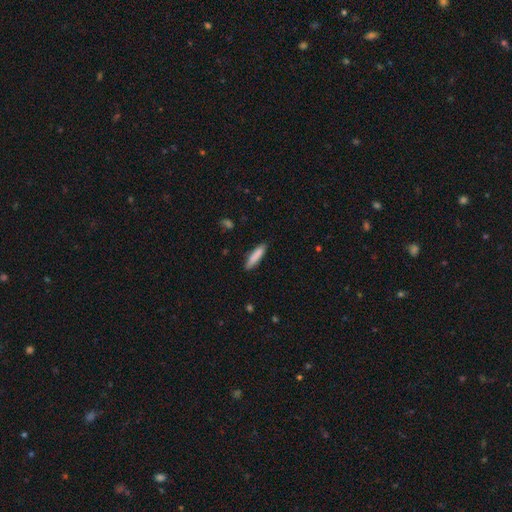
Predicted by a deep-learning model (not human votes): smooth 85%, featured or disk 9%, star or artifact 6%. Down the decision tree: how rounded — cigar-shaped (79%); merging — none (86%).